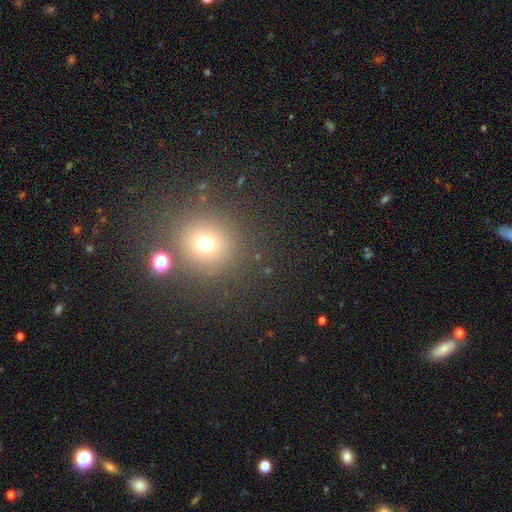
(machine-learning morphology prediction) smooth_or_featured: smooth (p=0.61) [alt: star or artifact p=0.30]
how_rounded: round (p=0.88) [alt: in between p=0.11]
merging: none (p=0.82) [alt: minor disturbance p=0.07]